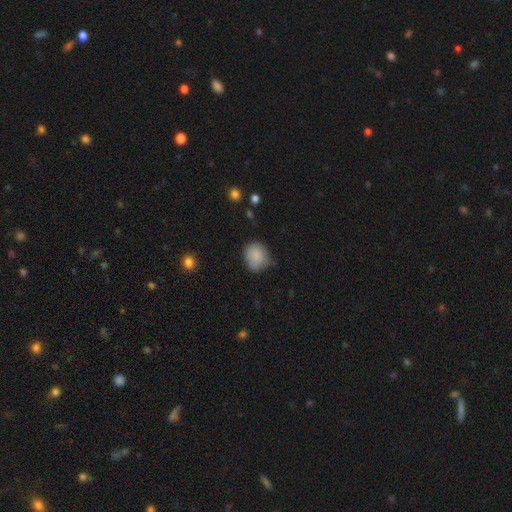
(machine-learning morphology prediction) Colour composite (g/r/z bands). It shows a smooth galaxy with no disk features (86%) that is round (66%). Merging: none (62%).